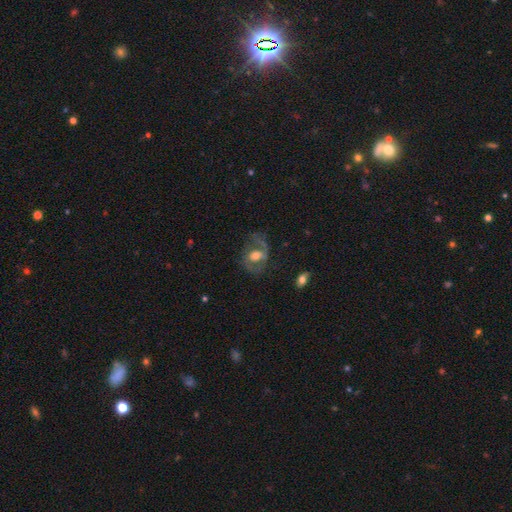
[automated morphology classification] smooth-or-featured: featured or disk: 68% | smooth: 25% | star or artifact: 7%
  disk-edge-on: no: 95% | yes: 5%
    bar: no: 43% | weak: 37% | strong: 20%
    has-spiral-arms: yes: 69% | no: 31%
    bulge-size: moderate: 62% | large: 19% | small: 15% | none: 2% | dominant: 2%
  merging: none: 58% | major disturbance: 21% | minor disturbance: 19% | merger: 2%